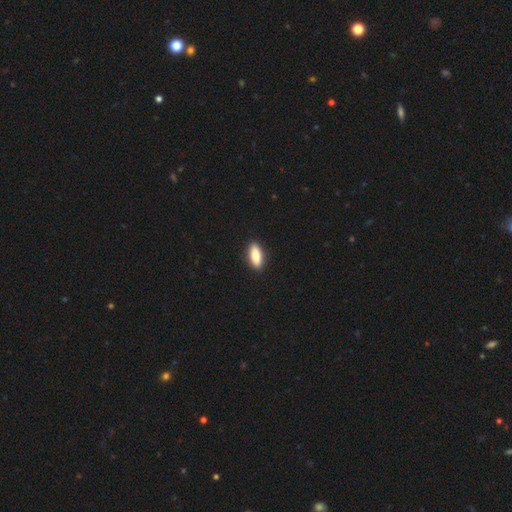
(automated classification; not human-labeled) Overall: smooth (85%). How rounded: in between (71%). Merging: none (91%).